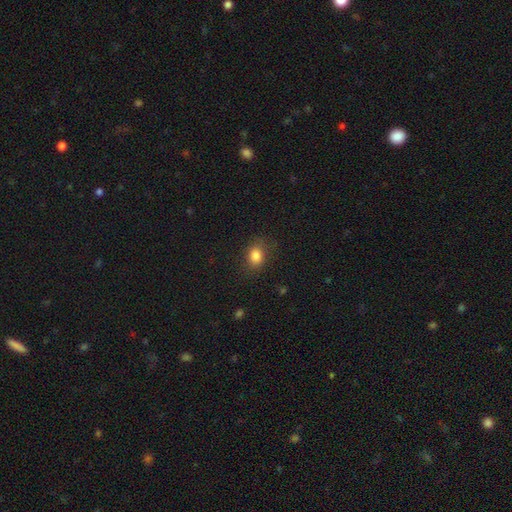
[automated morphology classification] A smooth galaxy with no disk features (84%) that is in between round and cigar-shaped (62%).

Vote fractions:
- Smooth or featured? smooth: 84% / star or artifact: 10% / featured or disk: 6%
- How rounded? in between: 62% / round: 36% / cigar-shaped: 1%
- Merging? none: 80% / minor disturbance: 14% / major disturbance: 5% / merger: 1%